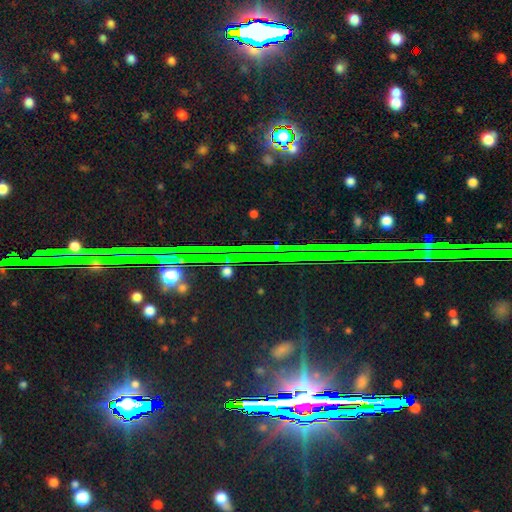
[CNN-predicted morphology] star or artifact 78%, featured or disk 11%, smooth 11%.